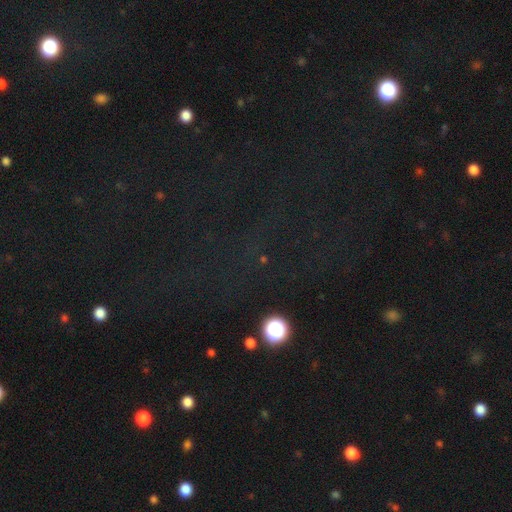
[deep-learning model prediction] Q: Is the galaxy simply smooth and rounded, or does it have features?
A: star or artifact — 74%.